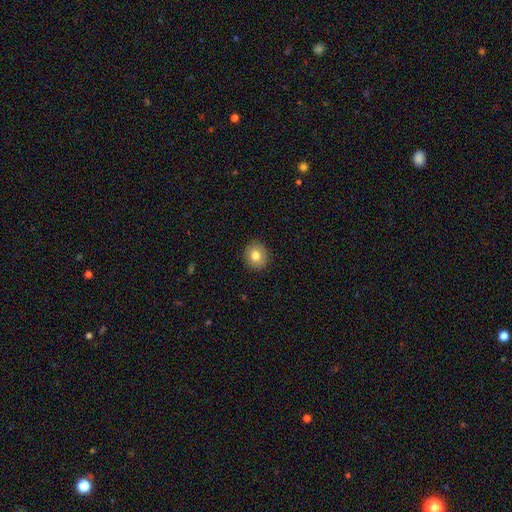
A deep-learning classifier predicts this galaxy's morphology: smooth-or-featured: smooth: 79% | featured or disk: 12% | star or artifact: 9%
  how-rounded: round: 78% | in between: 21% | cigar-shaped: 1%
  merging: none: 90% | minor disturbance: 7% | major disturbance: 2% | merger: 1%